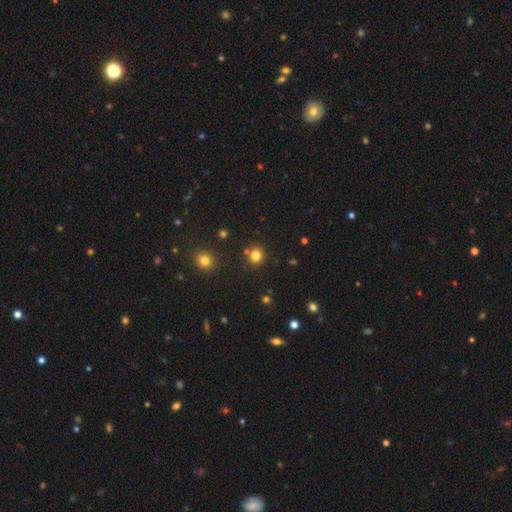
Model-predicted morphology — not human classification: This is clearly a smooth galaxy (80%). How rounded: clearly round (82%). Merging: clearly none (82%).